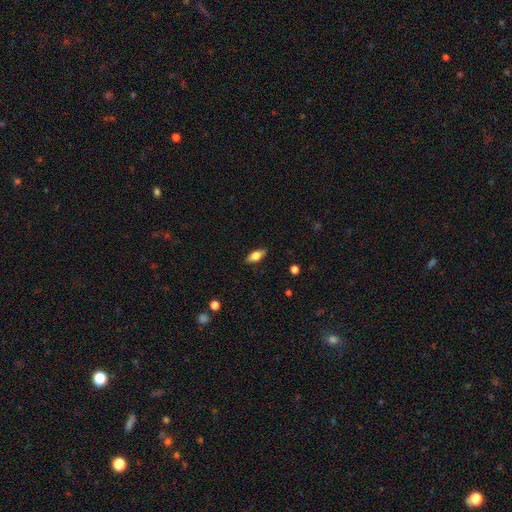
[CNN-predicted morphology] Smooth or featured?
  - smooth: 66% *
  - featured or disk: 27%
  - star or artifact: 7%
How rounded?
  - in between: 80% *
  - cigar-shaped: 16%
  - round: 4%
Merging?
  - none: 86% *
  - minor disturbance: 11%
  - major disturbance: 2%
  - merger: 1%